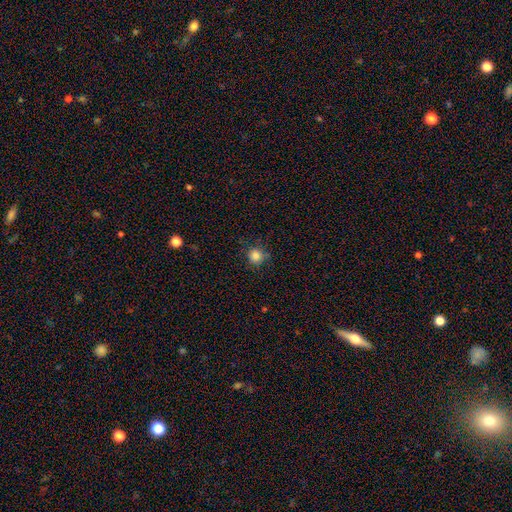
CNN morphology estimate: type=smooth (84%); roundness=round (92%); merging=none (80%).